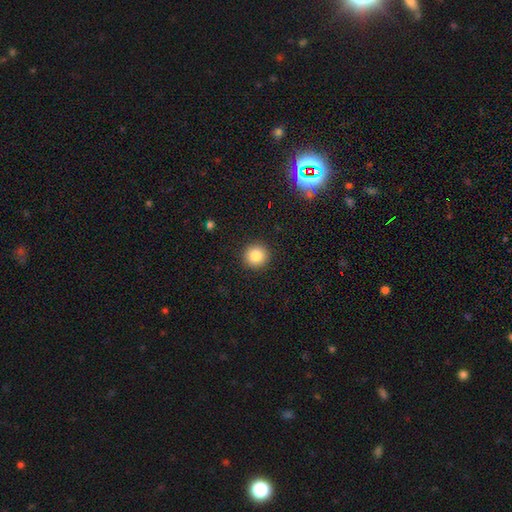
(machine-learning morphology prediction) A smooth galaxy with no disk features (85%) that is round (94%). Merging: none (92%).